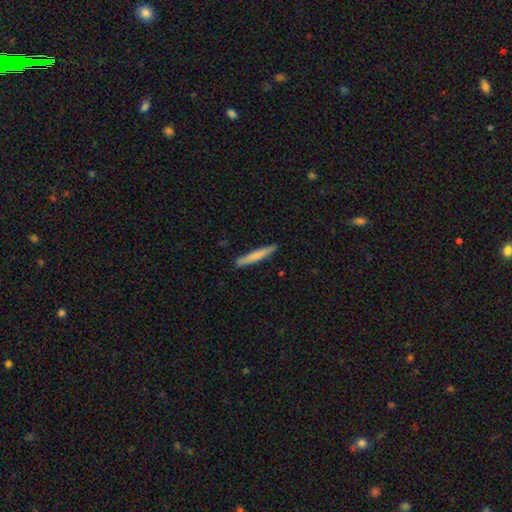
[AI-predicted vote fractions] smooth_or_featured: smooth (p=0.75) [alt: featured or disk p=0.20]
how_rounded: cigar-shaped (p=0.96) [alt: in between p=0.03]
merging: none (p=0.89) [alt: minor disturbance p=0.08]